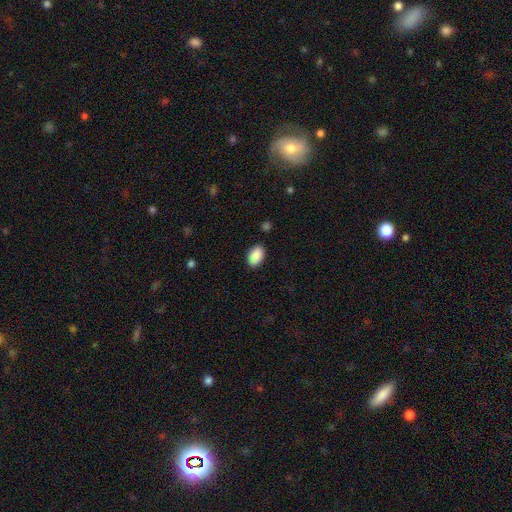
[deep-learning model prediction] A smooth galaxy with no disk features (91%) that is in between round and cigar-shaped (92%).

Vote fractions:
- Smooth or featured? smooth: 91% / star or artifact: 7% / featured or disk: 3%
- How rounded? in between: 92% / round: 7% / cigar-shaped: 1%
- Merging? none: 87% / minor disturbance: 9% / major disturbance: 2% / merger: 1%